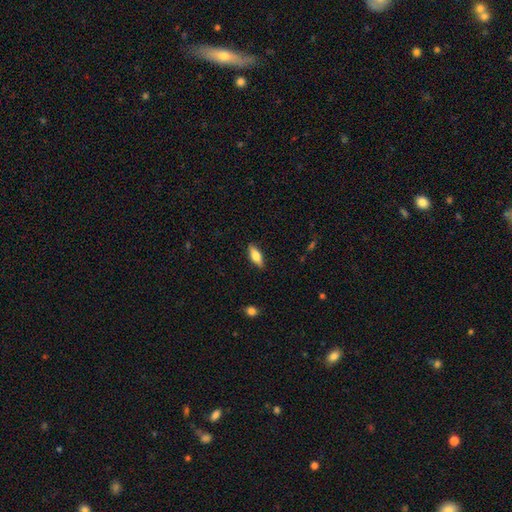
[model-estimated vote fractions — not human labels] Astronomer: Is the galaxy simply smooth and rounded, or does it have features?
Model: smooth — 64%.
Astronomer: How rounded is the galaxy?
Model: in between — 69%.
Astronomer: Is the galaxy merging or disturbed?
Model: none — 86%.